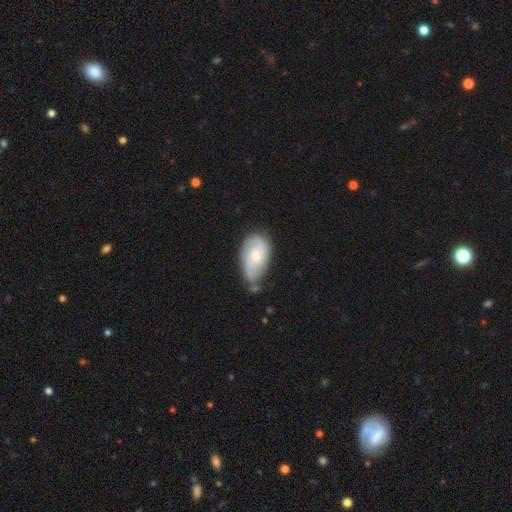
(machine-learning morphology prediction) smooth_or_featured: featured or disk (p=0.58) [alt: smooth p=0.36]
disk_edge_on: no (p=0.96) [alt: yes p=0.04]
bar: no (p=0.73) [alt: weak p=0.24]
has_spiral_arms: yes (p=0.84) [alt: no p=0.16]
bulge_size: small (p=0.61) [alt: moderate p=0.34]
merging: none (p=0.51) [alt: minor disturbance p=0.31]